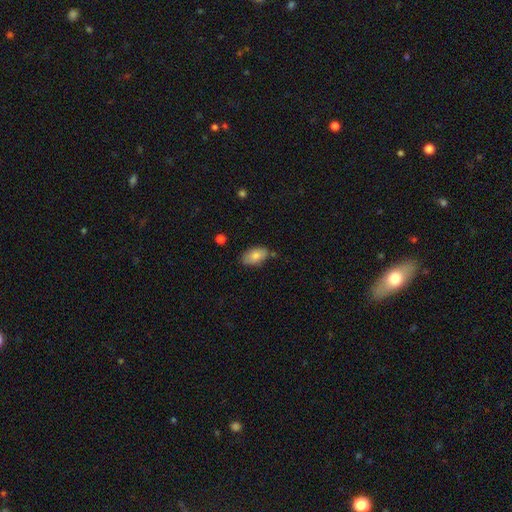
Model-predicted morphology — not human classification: Smooth or featured? smooth (81%)
How rounded? in between (93%)
Merging? none (75%)